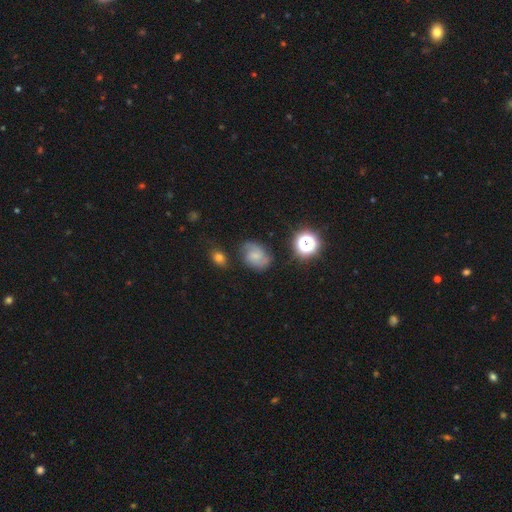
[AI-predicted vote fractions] Smooth or featured? Predicted: featured or disk (p=0.53). Edge-on disk? Predicted: no (p=0.97). Bar? Predicted: no (p=0.60). Spiral arms? Predicted: yes (p=0.90). Bulge size? Predicted: small (p=0.45). Merging? Predicted: none (p=0.65).